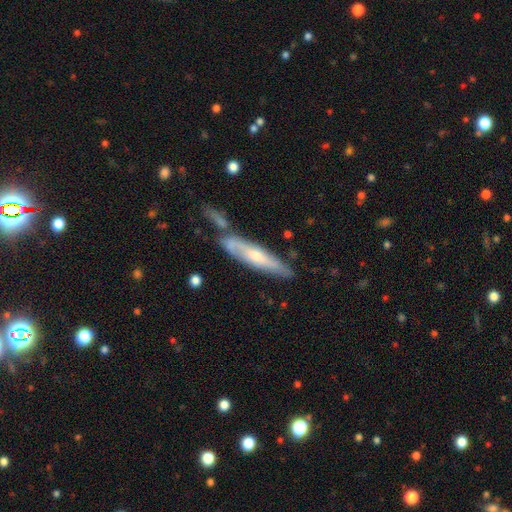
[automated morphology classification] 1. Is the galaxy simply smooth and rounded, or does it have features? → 56% featured or disk, 38% smooth, 6% star or artifact.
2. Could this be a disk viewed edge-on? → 62% yes, 38% no.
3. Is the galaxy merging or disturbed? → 58% none, 20% merger, 17% minor disturbance, 5% major disturbance.